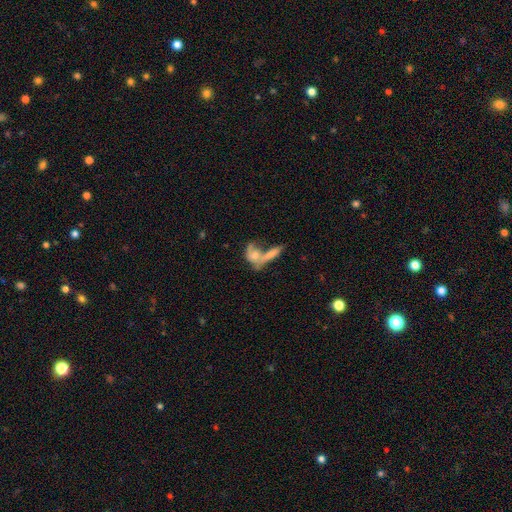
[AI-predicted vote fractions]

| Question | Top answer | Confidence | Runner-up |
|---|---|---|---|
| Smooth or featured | smooth | 52% | featured or disk (38%) |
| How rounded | in between | 62% | cigar-shaped (24%) |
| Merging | merger | 57% | none (21%) |